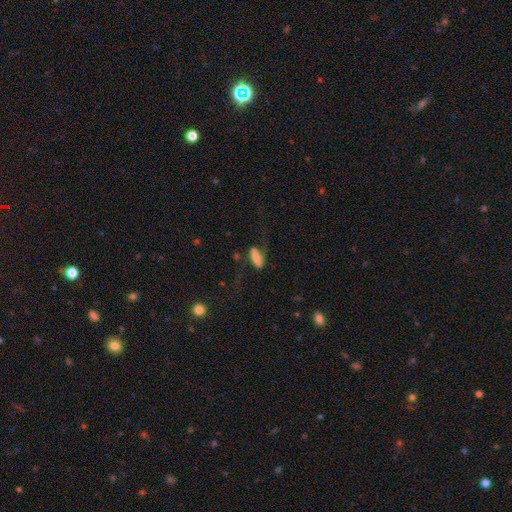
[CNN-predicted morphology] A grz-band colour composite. It shows a smooth galaxy with no disk features (58%) that is in between round and cigar-shaped (50%). Merging: none (50%).